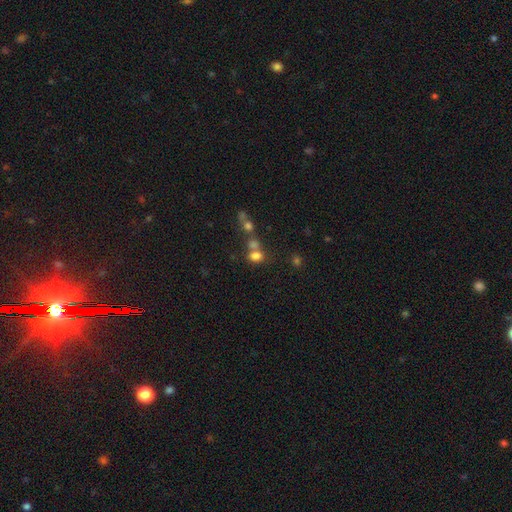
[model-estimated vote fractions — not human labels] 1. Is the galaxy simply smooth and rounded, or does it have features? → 74% smooth, 15% star or artifact, 10% featured or disk.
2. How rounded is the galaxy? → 54% in between, 44% round, 2% cigar-shaped.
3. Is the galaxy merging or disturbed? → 45% none, 39% merger, 10% minor disturbance, 6% major disturbance.